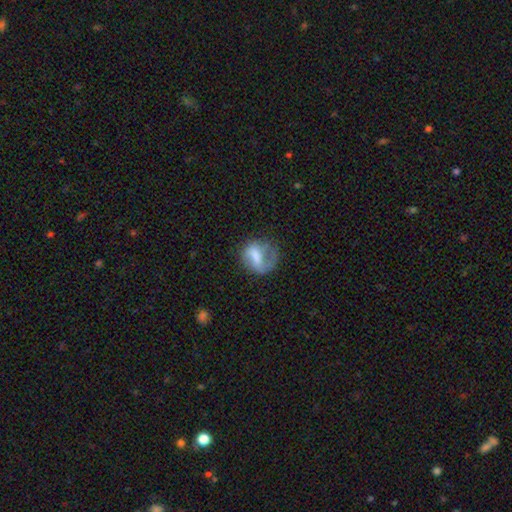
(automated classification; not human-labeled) smooth 51%, featured or disk 41%, star or artifact 9%. Down the decision tree: how rounded — round (57%); merging — none (45%).